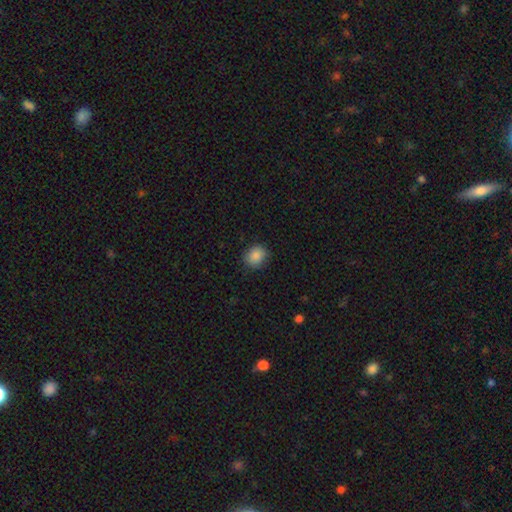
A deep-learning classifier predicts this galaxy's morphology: Smooth or featured? Predicted: smooth (p=0.87). How rounded? Predicted: round (p=0.72). Merging? Predicted: none (p=0.86).